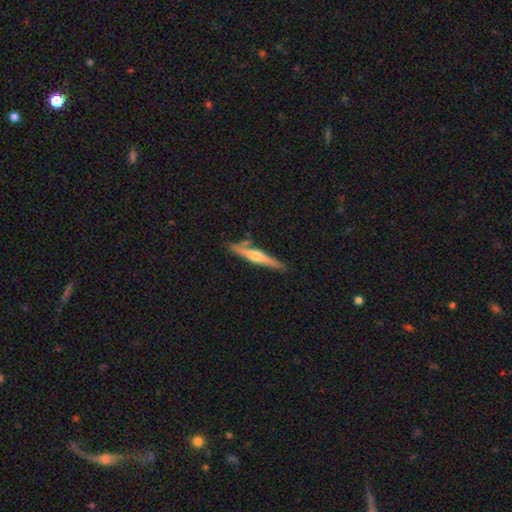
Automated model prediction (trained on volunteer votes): Smooth or featured?
  - featured or disk: 63% *
  - smooth: 32%
  - star or artifact: 5%
Edge-on disk?
  - yes: 96% *
  - no: 4%
Edge-on bulge?
  - rounded: 87% *
  - none: 8%
  - boxy: 5%
Merging?
  - none: 80% *
  - minor disturbance: 13%
  - merger: 5%
  - major disturbance: 2%